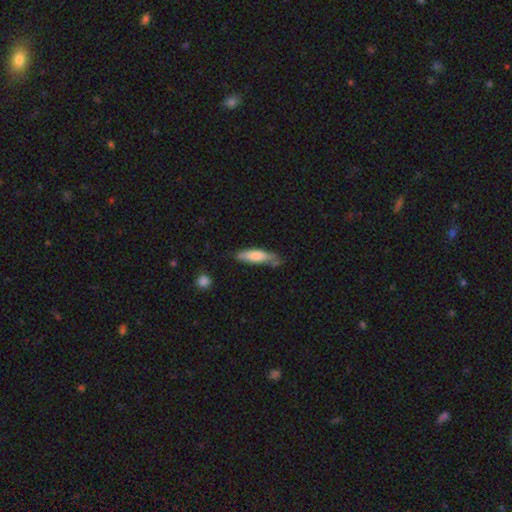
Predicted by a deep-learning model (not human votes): A smooth galaxy with no disk features (73%) that is cigar-shaped (64%). Merging: none (55%).